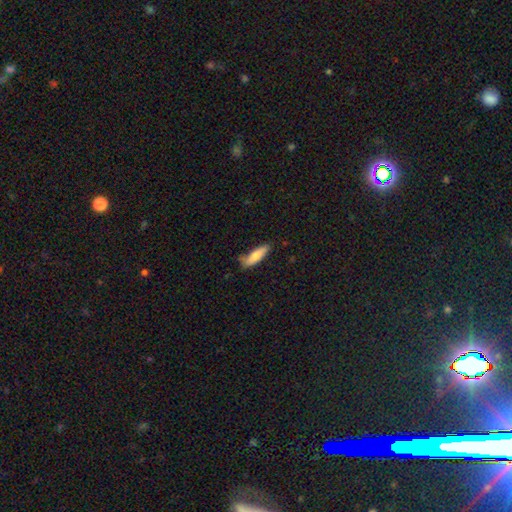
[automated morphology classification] Smooth or featured: smooth — 77% (featured or disk — 17%)
How rounded: cigar-shaped — 63% (in between — 35%)
Merging: none — 67% (minor disturbance — 25%)